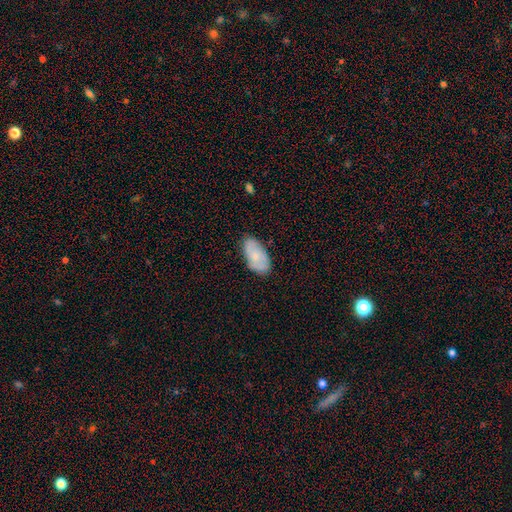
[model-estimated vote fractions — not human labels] smooth-or-featured: smooth: 58% | featured or disk: 35% | star or artifact: 7%
  how-rounded: in between: 93% | round: 3% | cigar-shaped: 3%
  merging: none: 77% | minor disturbance: 18% | major disturbance: 4% | merger: 1%